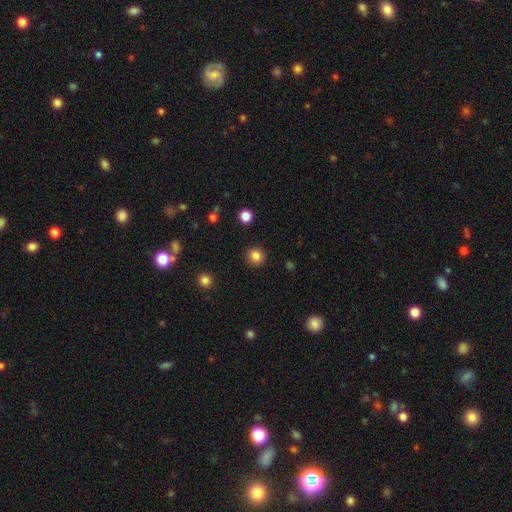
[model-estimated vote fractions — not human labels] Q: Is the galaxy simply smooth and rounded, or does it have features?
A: smooth — 84%.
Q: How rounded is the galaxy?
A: round — 93%.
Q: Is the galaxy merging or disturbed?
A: none — 91%.